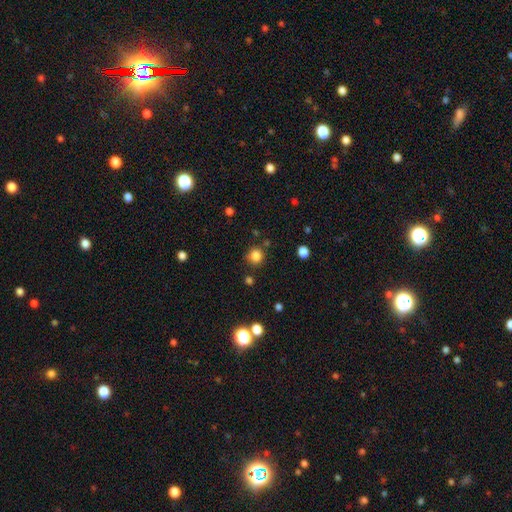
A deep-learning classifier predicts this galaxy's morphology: A smooth galaxy with no disk features (83%) that is round (89%).

Vote fractions:
- Smooth or featured? smooth: 83% / star or artifact: 13% / featured or disk: 4%
- How rounded? round: 89% / in between: 10% / cigar-shaped: 1%
- Merging? none: 81% / minor disturbance: 10% / merger: 5% / major disturbance: 4%